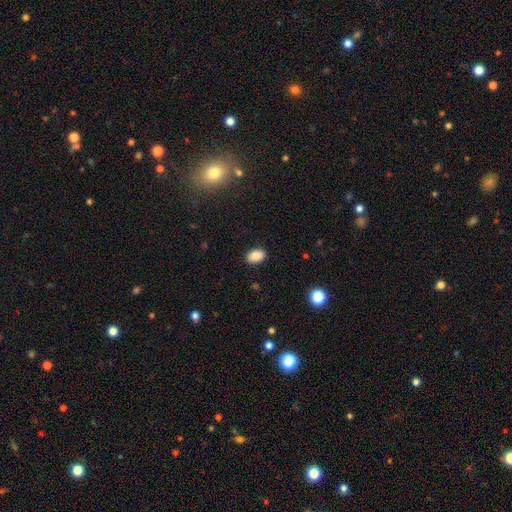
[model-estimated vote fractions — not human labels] Smooth or featured: smooth — 88% (star or artifact — 9%)
How rounded: in between — 83% (round — 15%)
Merging: none — 88% (minor disturbance — 9%)